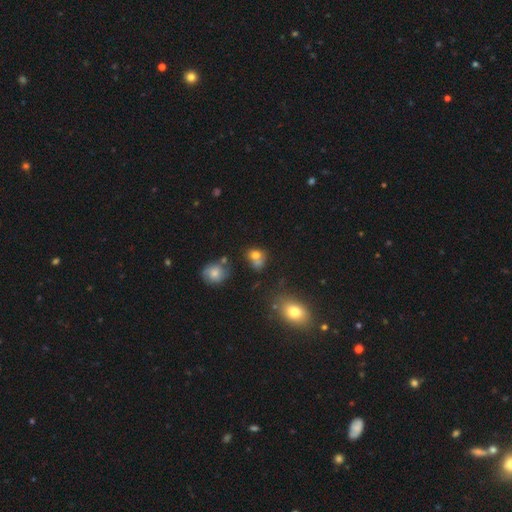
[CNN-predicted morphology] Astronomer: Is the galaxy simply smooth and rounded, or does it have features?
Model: smooth — 73%.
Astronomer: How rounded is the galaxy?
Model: round — 59% (runner-up: in between, 40%).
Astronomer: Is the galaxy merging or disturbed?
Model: none — 43% (runner-up: merger, 27%).